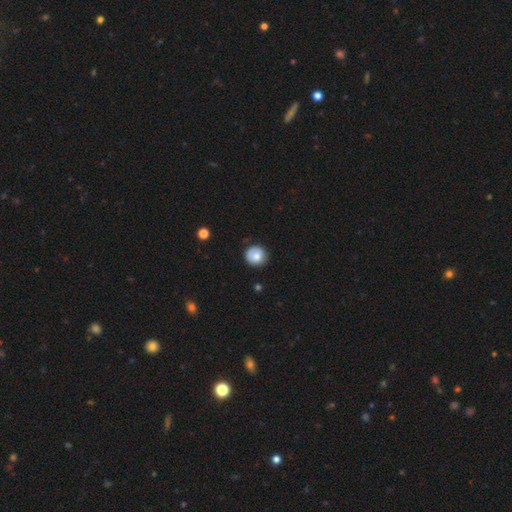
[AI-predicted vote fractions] Smooth or featured?
  - smooth: 75% *
  - featured or disk: 16%
  - star or artifact: 8%
How rounded?
  - round: 88% *
  - in between: 11%
  - cigar-shaped: 1%
Merging?
  - none: 76% *
  - minor disturbance: 18%
  - major disturbance: 4%
  - merger: 2%